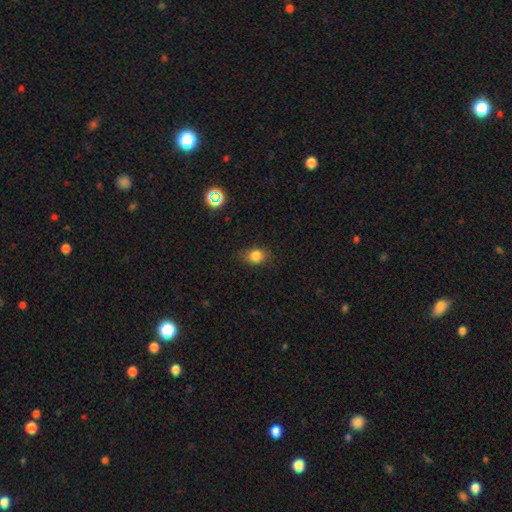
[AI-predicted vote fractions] Smooth or featured? Predicted: smooth (p=0.81). How rounded? Predicted: in between (p=0.56). Merging? Predicted: none (p=0.79).